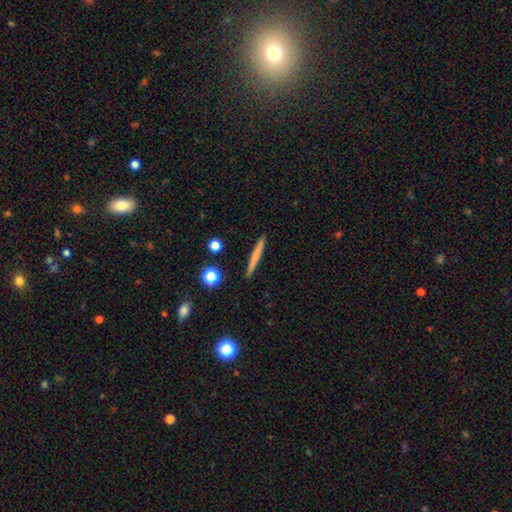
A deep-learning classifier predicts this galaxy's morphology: Smooth or featured? smooth (64%)
How rounded? cigar-shaped (96%)
Merging? none (92%)